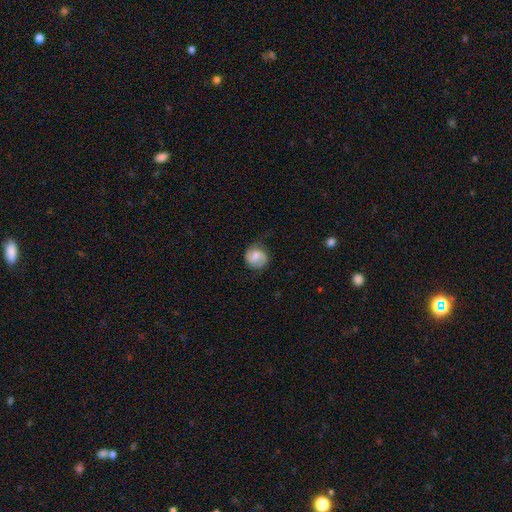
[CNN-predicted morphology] A featured or disk galaxy (67%) with a weak bar (51%), 2 (85%) medium (47%) spiral arms (94%) and a moderate central bulge (55%).

Vote fractions:
- Smooth or featured? featured or disk: 67% / smooth: 26% / star or artifact: 7%
- Edge-on disk? no: 98% / yes: 2%
- Bar? weak: 51% / no: 37% / strong: 12%
- Spiral arms? yes: 94% / no: 6%
- Spiral winding? medium: 47% / tight: 34% / loose: 19%
- Spiral arm count? 2: 85% / 1: 6% / can't tell: 6% / 3: 1% / 4: 1% / more than 4: 1%
- Bulge size? moderate: 55% / small: 32% / none: 7% / large: 5% / dominant: 1%
- Merging? none: 75% / minor disturbance: 19% / major disturbance: 6% / merger: 1%